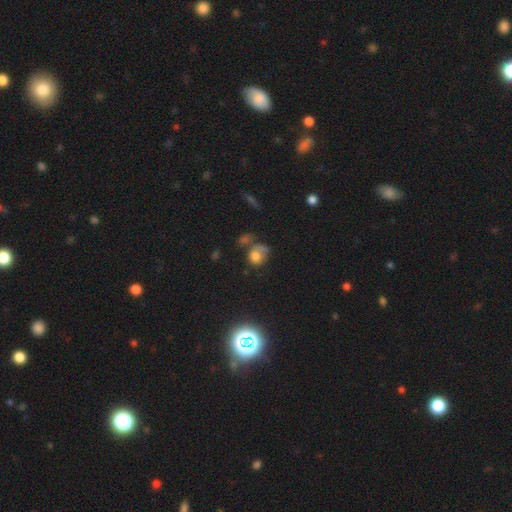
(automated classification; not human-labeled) A smooth galaxy with no disk features (69%) that is round (60%). Merging: none (36%).